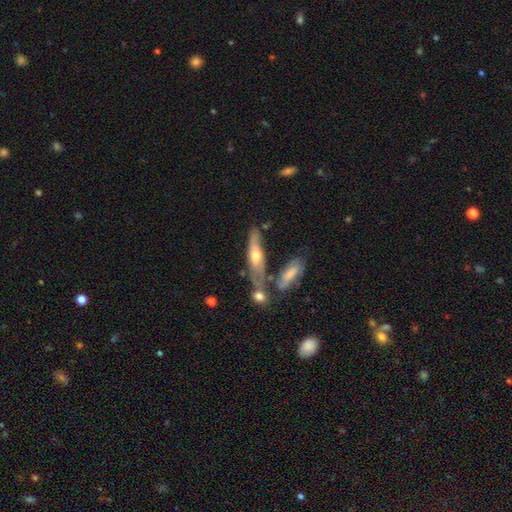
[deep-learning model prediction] A featured or disk galaxy (51%) viewed edge-on (63%). Merging: none (51%).